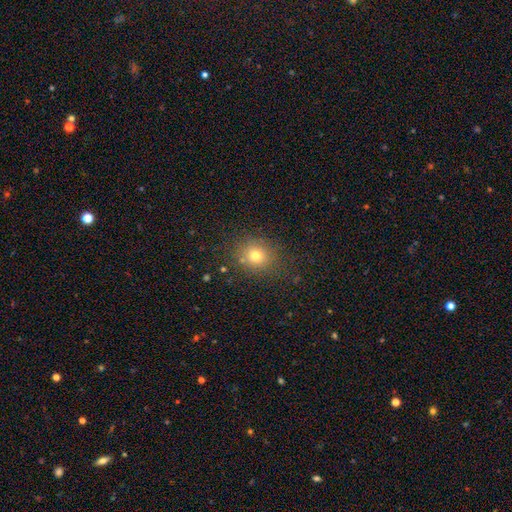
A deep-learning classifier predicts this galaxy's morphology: Overall: smooth (74%). How rounded: round (74%). Merging: none (82%).